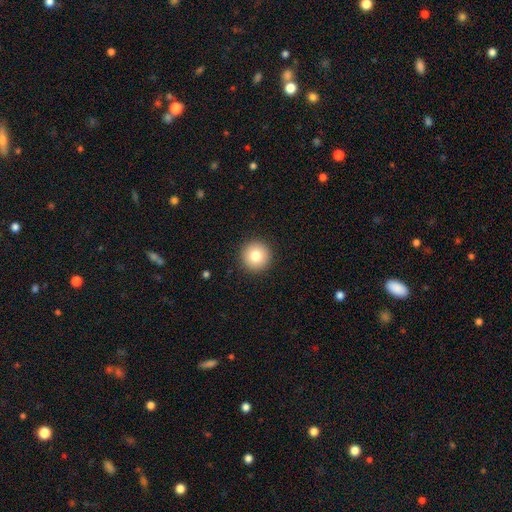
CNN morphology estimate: Smooth or featured: smooth — 80% (featured or disk — 11%)
How rounded: round — 96% (in between — 3%)
Merging: none — 93% (minor disturbance — 5%)